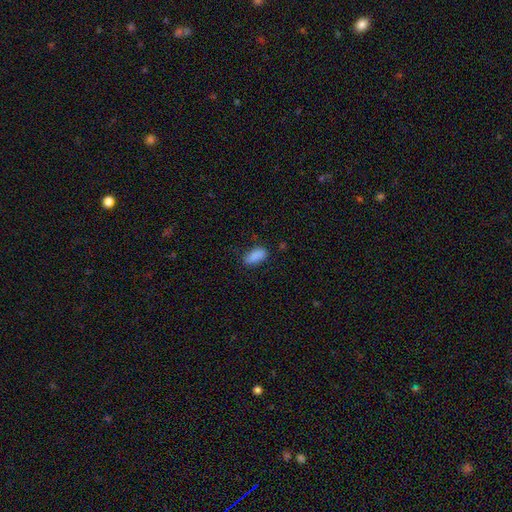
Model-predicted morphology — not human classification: Q: Smooth or featured?
A: smooth (89%); runner-up: star or artifact (7%)
Q: How rounded?
A: in between (90%); runner-up: cigar-shaped (7%)
Q: Merging?
A: none (80%); runner-up: minor disturbance (15%)